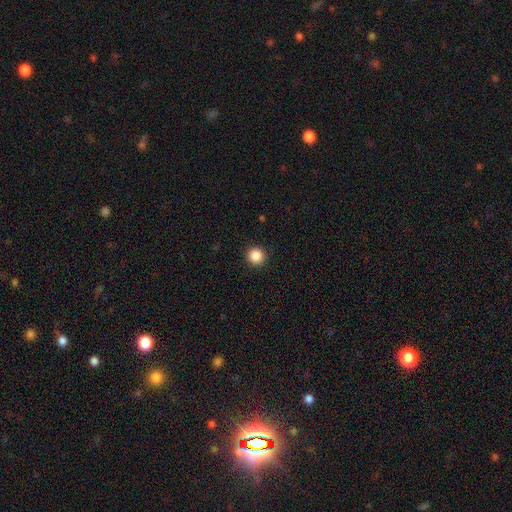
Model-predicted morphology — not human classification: This is clearly a smooth galaxy (87%). How rounded: clearly round (95%). Merging: clearly none (93%).